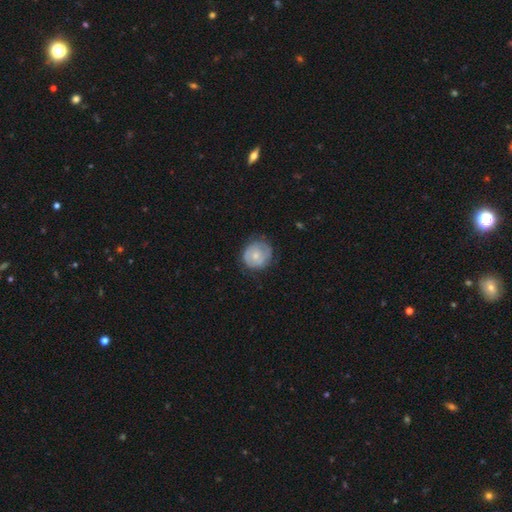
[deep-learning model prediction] Morphology: type=featured or disk (48%); merging=none (70%).